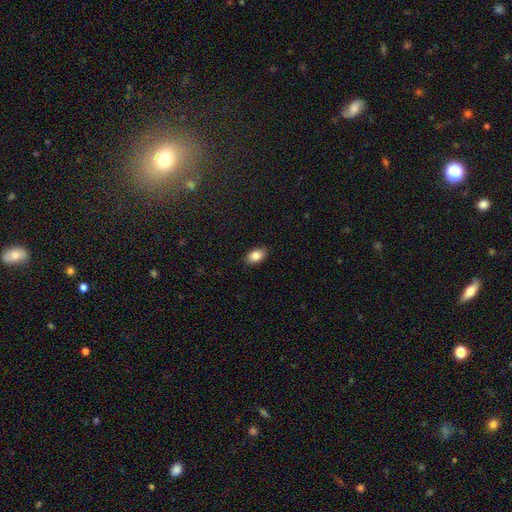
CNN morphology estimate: The model was most divided on "smooth or featured": smooth: 85%, star or artifact: 8%, featured or disk: 7%. More confident: merging — none (89%); how rounded — in between (88%).